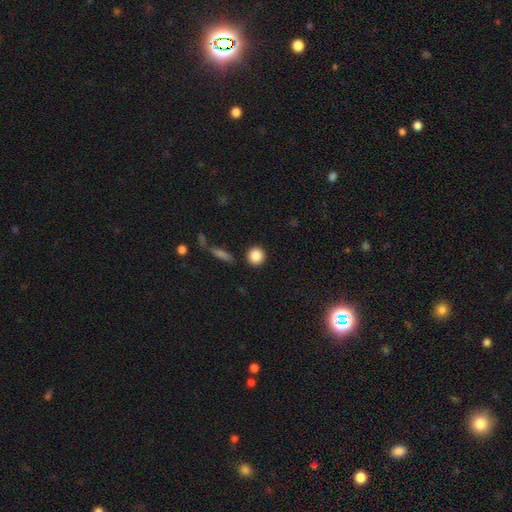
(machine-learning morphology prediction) smooth-or-featured: smooth: 86% | star or artifact: 8% | featured or disk: 5%
  how-rounded: round: 92% | in between: 7% | cigar-shaped: 1%
  merging: none: 90% | minor disturbance: 6% | merger: 3% | major disturbance: 2%